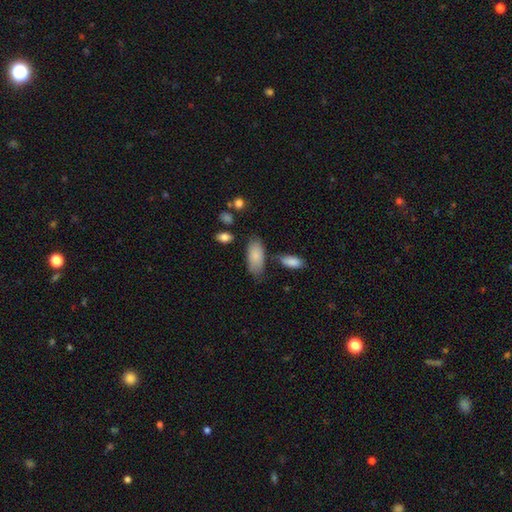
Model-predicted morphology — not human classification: Smooth or featured?
  - smooth: 84% *
  - featured or disk: 10%
  - star or artifact: 6%
How rounded?
  - in between: 91% *
  - cigar-shaped: 6%
  - round: 3%
Merging?
  - none: 66% *
  - minor disturbance: 20%
  - merger: 8%
  - major disturbance: 6%